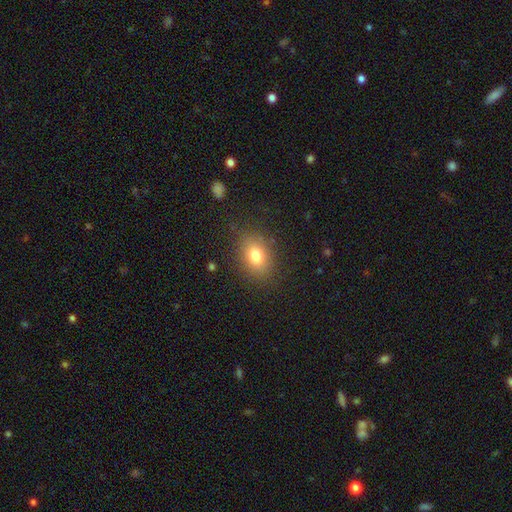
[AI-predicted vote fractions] Morphology: type=smooth (78%); roundness=in between (72%); merging=none (84%).